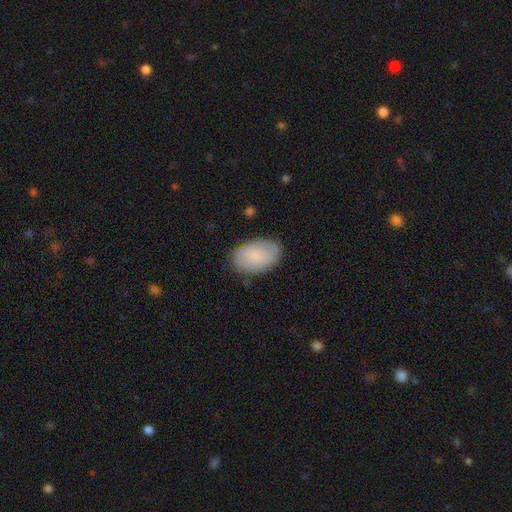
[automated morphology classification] smooth_or_featured: smooth (p=0.76) [alt: featured or disk p=0.18]
how_rounded: in between (p=0.91) [alt: round p=0.08]
merging: none (p=0.81) [alt: minor disturbance p=0.15]